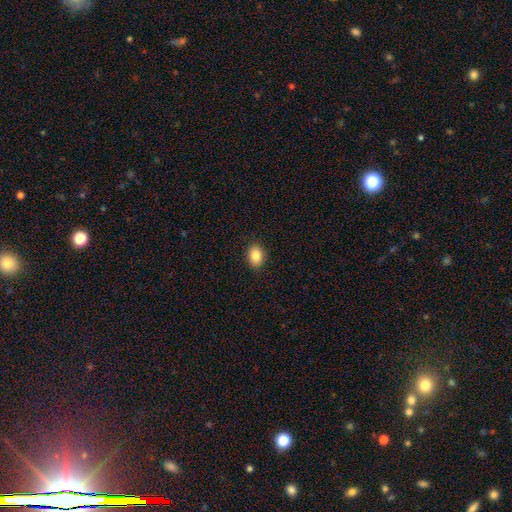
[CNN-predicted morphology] Q: Smooth or featured?
A: smooth (86%); runner-up: star or artifact (8%)
Q: How rounded?
A: in between (79%); runner-up: round (20%)
Q: Merging?
A: none (89%); runner-up: minor disturbance (8%)